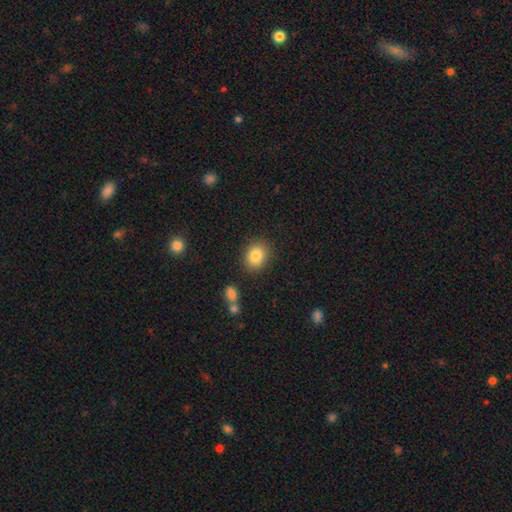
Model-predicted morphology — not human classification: smooth-or-featured: smooth: 84% | star or artifact: 9% | featured or disk: 7%
  how-rounded: round: 54% | in between: 45% | cigar-shaped: 1%
  merging: none: 85% | minor disturbance: 9% | major disturbance: 3% | merger: 3%